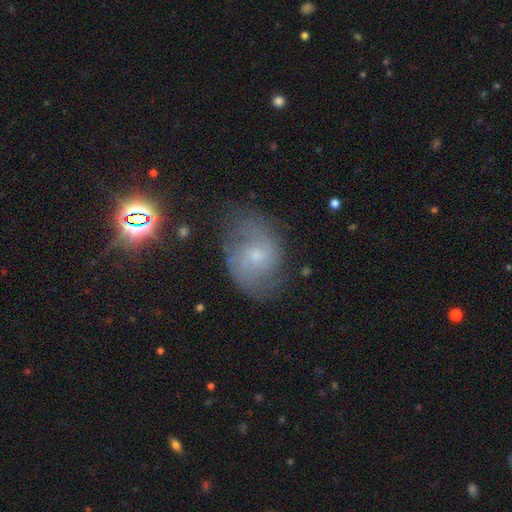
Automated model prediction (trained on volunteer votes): featured or disk 68%, smooth 20%, star or artifact 12%. Down the decision tree: edge-on disk — no (97%); bar — no (61%); spiral arms — yes (90%); spiral arm count — 2 (64%); spiral winding — medium (47%); bulge size — small (66%); merging — none (65%).